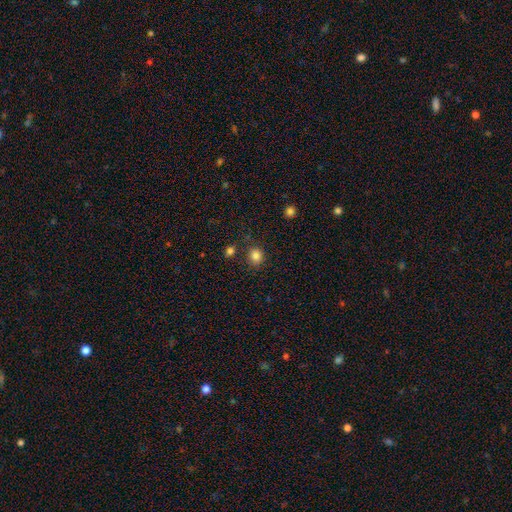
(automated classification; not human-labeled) Smooth or featured? Predicted: smooth (p=0.84). How rounded? Predicted: round (p=0.76). Merging? Predicted: none (p=0.81).